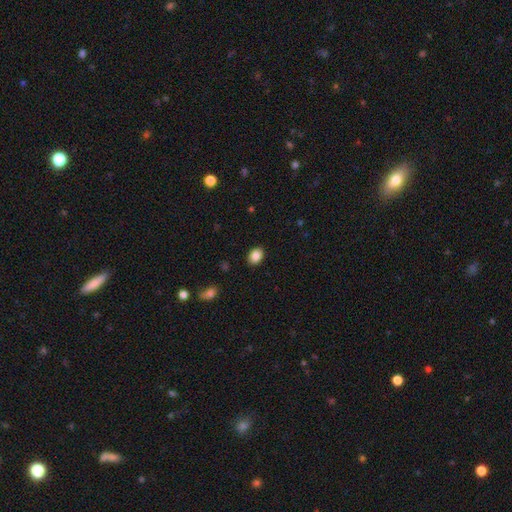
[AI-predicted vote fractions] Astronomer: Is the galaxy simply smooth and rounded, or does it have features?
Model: smooth — 87%.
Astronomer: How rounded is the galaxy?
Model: in between — 66%.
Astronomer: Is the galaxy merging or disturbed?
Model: none — 89%.